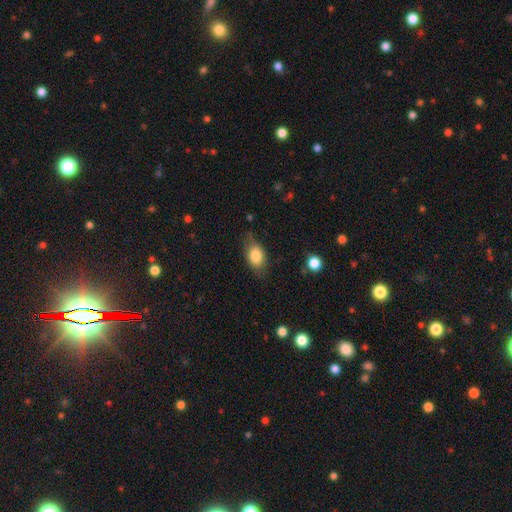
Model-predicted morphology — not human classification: type=smooth (81%); roundness=in between (83%); merging=none (70%).